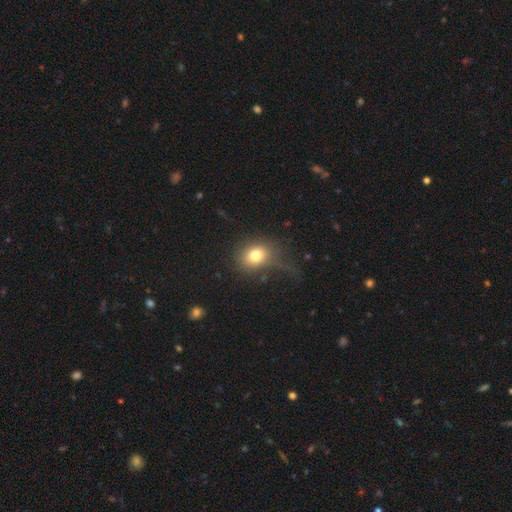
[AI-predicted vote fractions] Smooth or featured: smooth — 75% (star or artifact — 13%)
How rounded: round — 58% (in between — 41%)
Merging: none — 62% (minor disturbance — 20%)